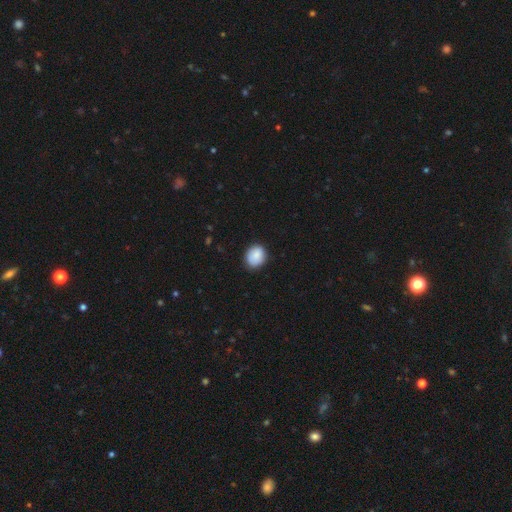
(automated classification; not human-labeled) Smooth or featured? Predicted: smooth (p=0.88). How rounded? Predicted: round (p=0.60). Merging? Predicted: none (p=0.84).